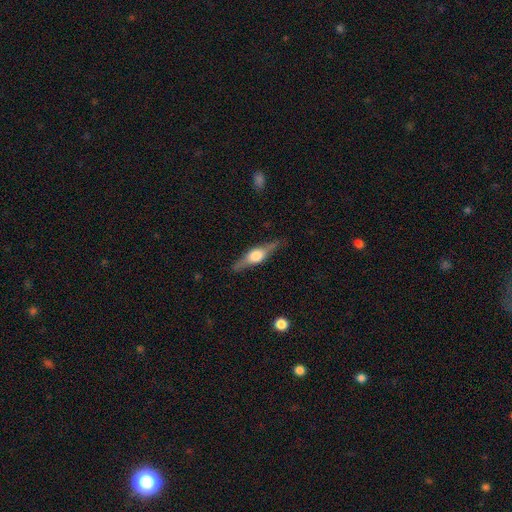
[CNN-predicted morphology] smooth-or-featured: featured or disk: 68% | smooth: 27% | star or artifact: 5%
  disk-edge-on: yes: 95% | no: 5%
    edge-on-bulge: rounded: 90% | boxy: 8% | none: 2%
  merging: none: 83% | minor disturbance: 12% | major disturbance: 3% | merger: 1%